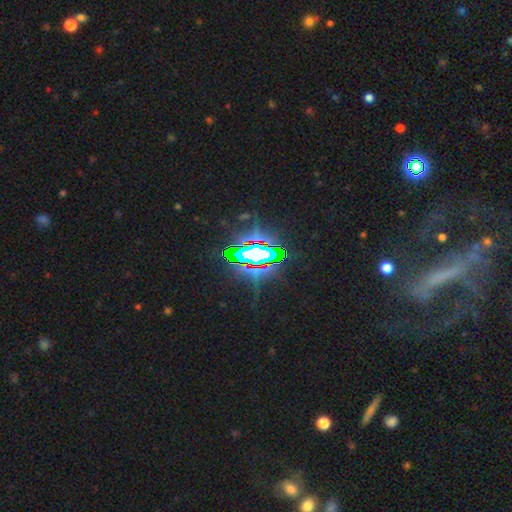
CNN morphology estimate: Q: Smooth or featured?
A: star or artifact (75%); runner-up: featured or disk (13%)